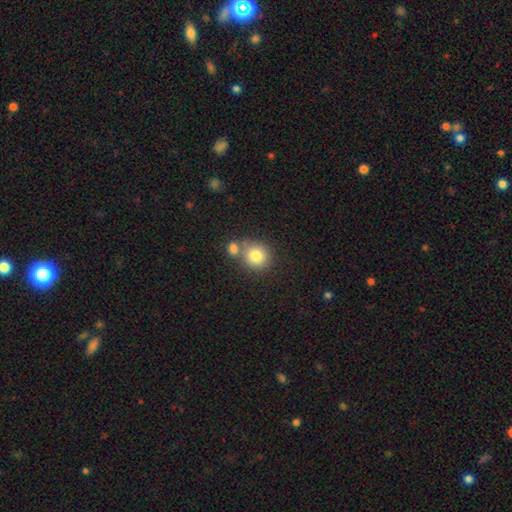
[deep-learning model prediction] Smooth or featured: smooth — 81% (star or artifact — 10%)
How rounded: round — 84% (in between — 15%)
Merging: none — 55% (merger — 32%)